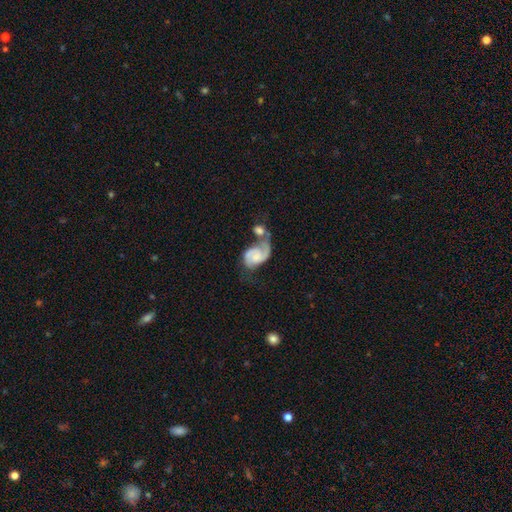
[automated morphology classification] Overall: featured or disk (78%). Edge-on disk: no (98%). Bar: no (63%; weak 31%). Spiral arms: yes (94%). Spiral arm count: 2 (82%). Spiral winding: medium (46%; loose 29%). Bulge size: small (37%; none 31%). Merging: merger (44%; none 23%).